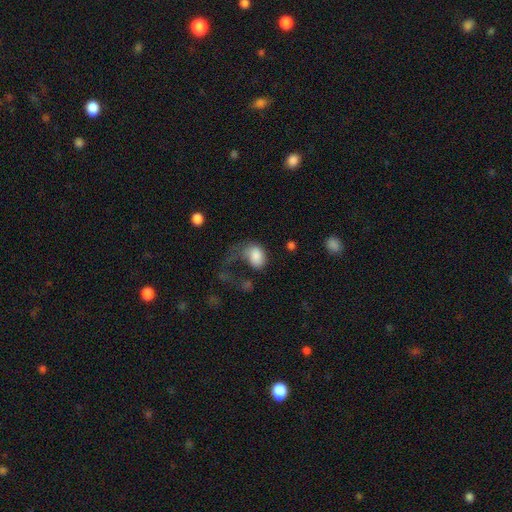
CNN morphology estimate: This is likely a smooth galaxy (77%). How rounded: likely in between (73%). Merging: possibly major disturbance (57%).